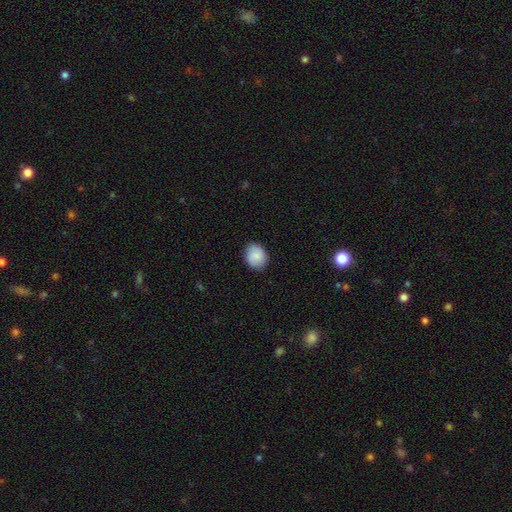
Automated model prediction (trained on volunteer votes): A smooth galaxy with no disk features (88%) that is round (58%).

Vote fractions:
- Smooth or featured? smooth: 88% / star or artifact: 7% / featured or disk: 6%
- How rounded? round: 58% / in between: 41% / cigar-shaped: 1%
- Merging? none: 87% / minor disturbance: 10% / major disturbance: 2% / merger: 1%